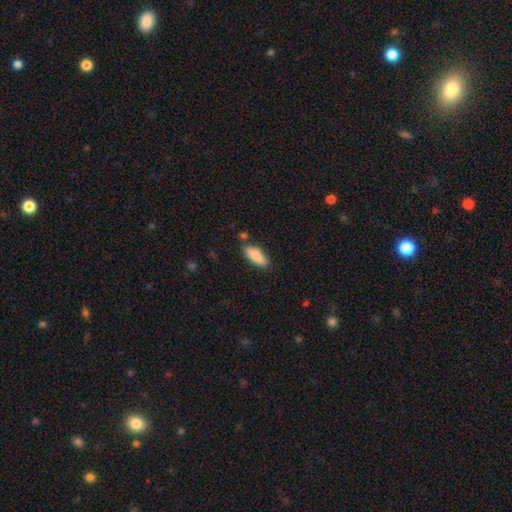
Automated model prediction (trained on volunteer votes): Smooth or featured?
  - smooth: 85% *
  - featured or disk: 9%
  - star or artifact: 6%
How rounded?
  - in between: 72% *
  - cigar-shaped: 26%
  - round: 2%
Merging?
  - none: 80% *
  - minor disturbance: 13%
  - merger: 4%
  - major disturbance: 3%